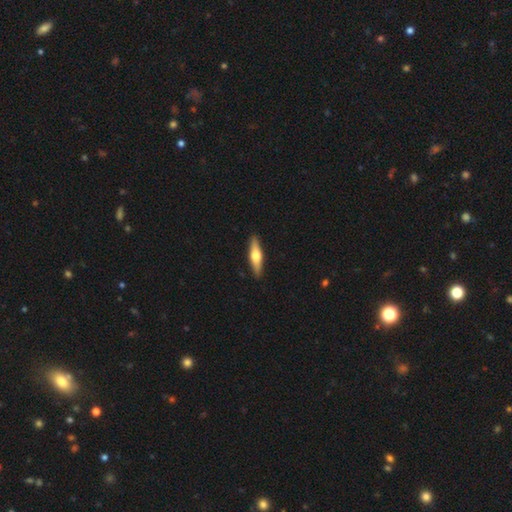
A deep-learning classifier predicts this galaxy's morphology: This is possibly a featured or disk galaxy (53%). It is clearly viewed edge-on (94%). Merging: clearly none (91%).